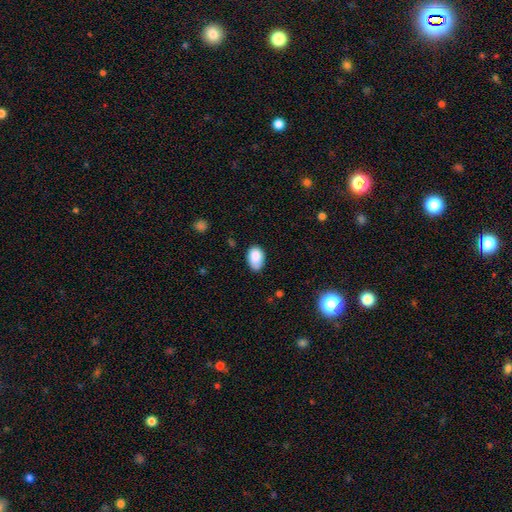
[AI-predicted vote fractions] Q: Smooth or featured?
A: smooth (87%); runner-up: star or artifact (7%)
Q: How rounded?
A: in between (91%); runner-up: round (8%)
Q: Merging?
A: none (69%); runner-up: minor disturbance (25%)